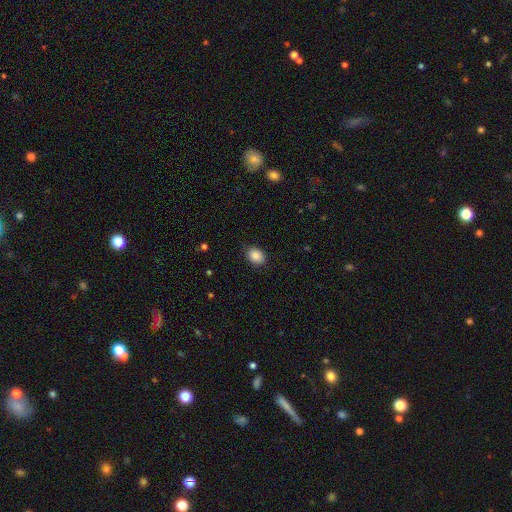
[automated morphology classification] smooth_or_featured: smooth (p=0.88) [alt: star or artifact p=0.08]
how_rounded: in between (p=0.70) [alt: round p=0.29]
merging: none (p=0.84) [alt: minor disturbance p=0.13]